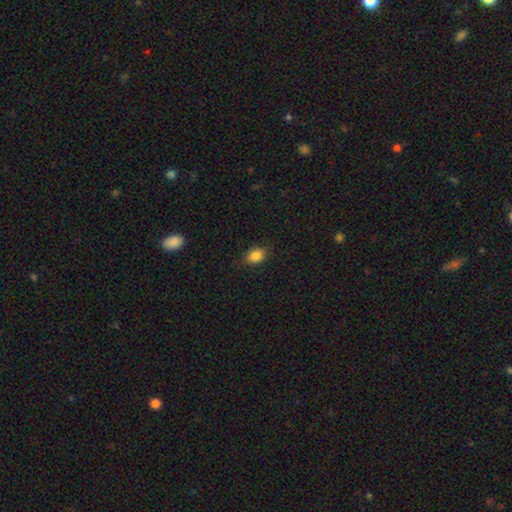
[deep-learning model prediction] Morphology: type=smooth (85%); roundness=in between (69%); merging=none (85%).